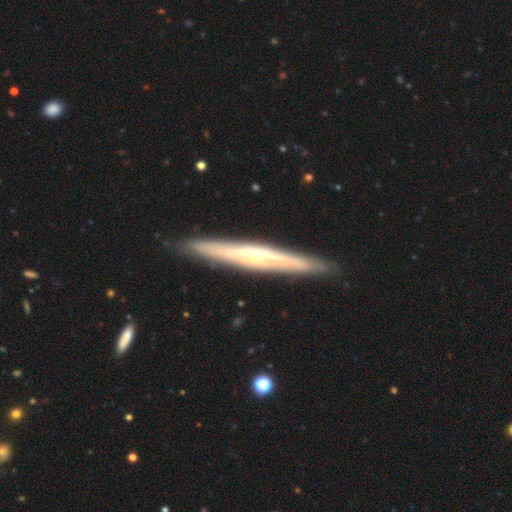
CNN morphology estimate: Smooth or featured? featured or disk (78%)
Edge-on disk? yes (93%)
Edge-on bulge? rounded (66%)
Merging? none (89%)